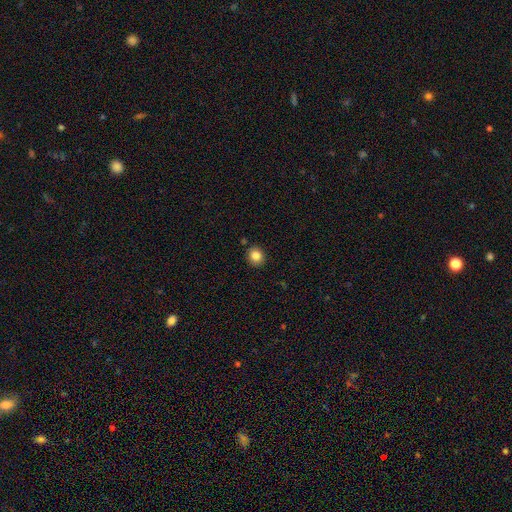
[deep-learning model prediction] Overall: smooth (84%). How rounded: round (78%). Merging: none (89%).